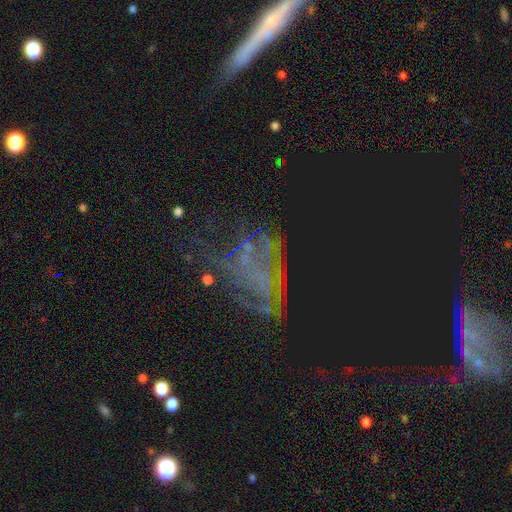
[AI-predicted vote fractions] Overall: featured or disk (48%; star or artifact 30%). Merging: none (45%; major disturbance 29%).